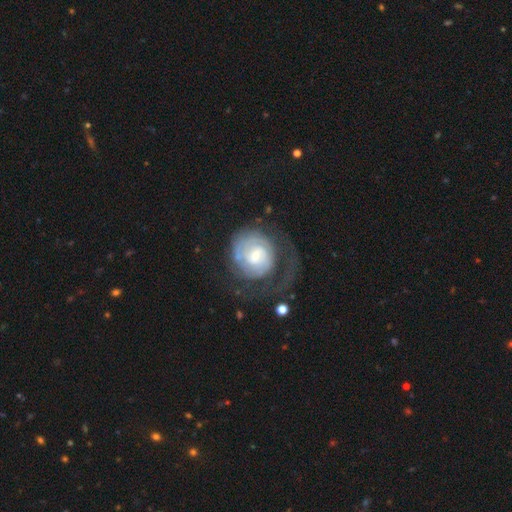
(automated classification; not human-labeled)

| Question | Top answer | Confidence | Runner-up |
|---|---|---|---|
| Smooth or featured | featured or disk | 77% | smooth (17%) |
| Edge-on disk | no | 98% | yes (2%) |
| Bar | weak | 48% | no (42%) |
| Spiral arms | yes | 91% | no (9%) |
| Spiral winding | tight | 60% | medium (26%) |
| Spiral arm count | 2 | 36% | can't tell (32%) |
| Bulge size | small | 57% | moderate (34%) |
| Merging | none | 46% | major disturbance (35%) |